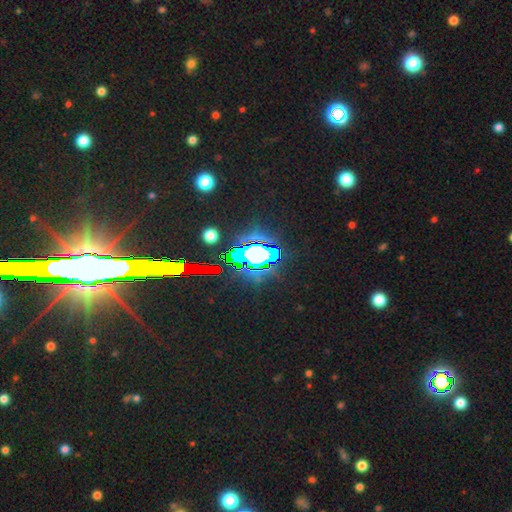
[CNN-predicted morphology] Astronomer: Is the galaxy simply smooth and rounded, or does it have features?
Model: star or artifact — 61%.